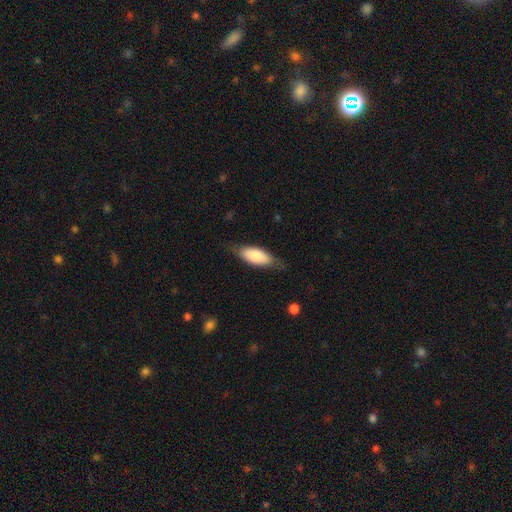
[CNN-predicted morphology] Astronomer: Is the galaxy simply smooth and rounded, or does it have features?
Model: smooth — 79%.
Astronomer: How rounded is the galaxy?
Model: in between — 80%.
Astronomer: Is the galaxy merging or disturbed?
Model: none — 71%.